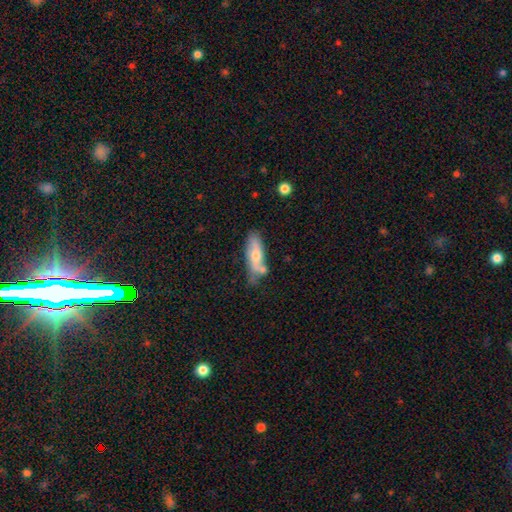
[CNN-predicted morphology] Smooth or featured?
  - smooth: 56% *
  - featured or disk: 38%
  - star or artifact: 6%
How rounded?
  - in between: 62% *
  - cigar-shaped: 35%
  - round: 3%
Merging?
  - none: 48% *
  - minor disturbance: 27%
  - merger: 17%
  - major disturbance: 8%